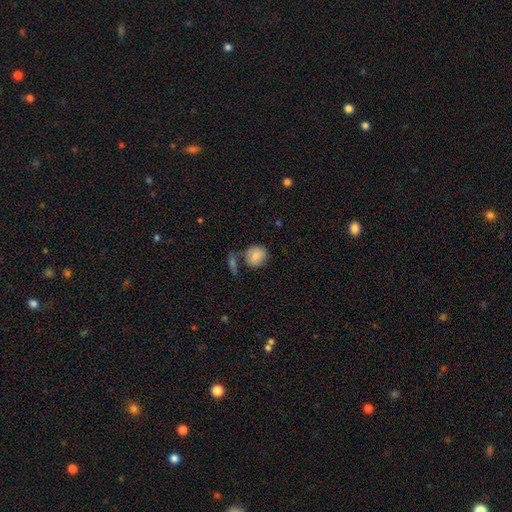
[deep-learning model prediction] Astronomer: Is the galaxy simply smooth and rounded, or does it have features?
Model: smooth — 81%.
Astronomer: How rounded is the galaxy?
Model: round — 72%.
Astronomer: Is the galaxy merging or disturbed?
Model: none — 58%.